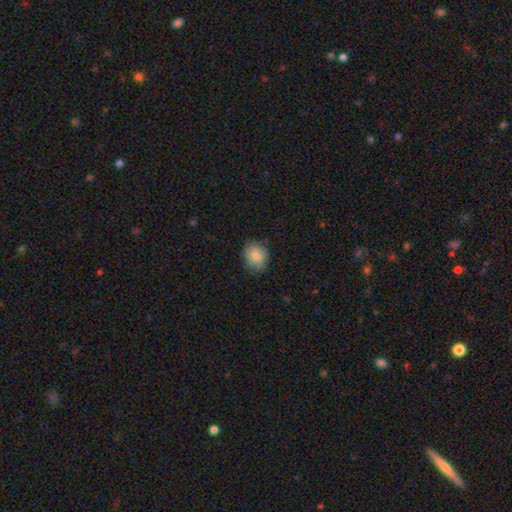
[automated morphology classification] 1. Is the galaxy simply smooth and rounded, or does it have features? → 81% smooth, 11% featured or disk, 8% star or artifact.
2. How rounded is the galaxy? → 61% round, 38% in between, 1% cigar-shaped.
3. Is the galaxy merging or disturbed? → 73% none, 21% minor disturbance, 4% major disturbance, 1% merger.